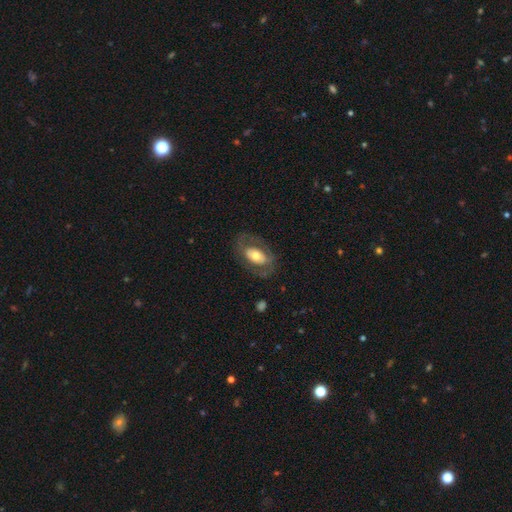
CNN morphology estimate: Smooth or featured?
  - smooth: 47% * (tied)
  - featured or disk: 47% * (tied)
  - star or artifact: 6%
Merging?
  - none: 69% *
  - minor disturbance: 16%
  - major disturbance: 13%
  - merger: 1%